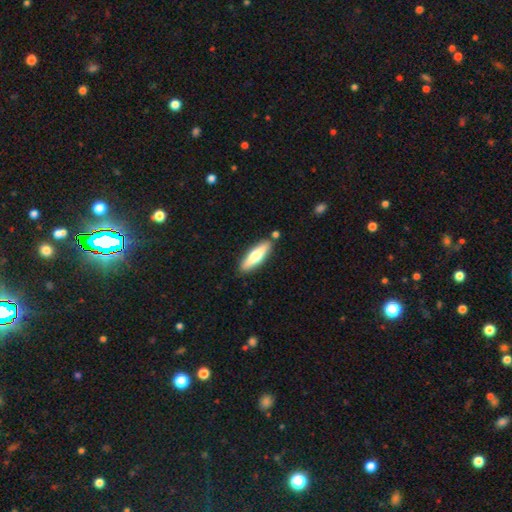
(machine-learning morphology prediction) The model was most divided on "smooth or featured": smooth: 53%, featured or disk: 42%, star or artifact: 5%. More confident: merging — none (85%); how rounded — cigar-shaped (66%).